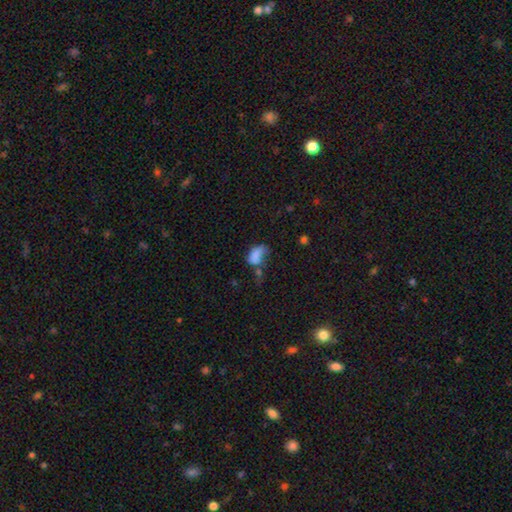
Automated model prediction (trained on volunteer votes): A smooth galaxy with no disk features (72%) that is in between round and cigar-shaped (88%). Merging: major disturbance (38%).